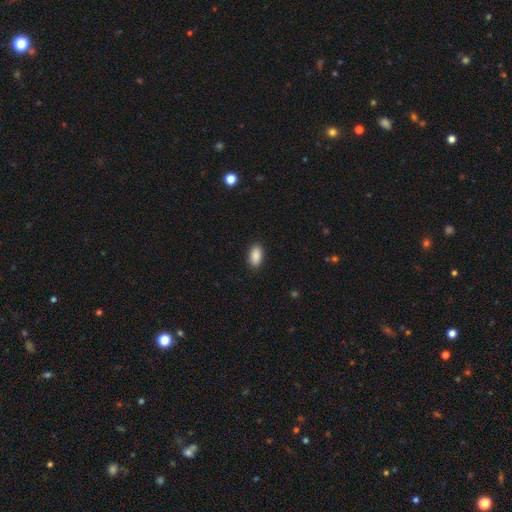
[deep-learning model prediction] Smooth or featured?
  - smooth: 90% *
  - star or artifact: 7%
  - featured or disk: 3%
How rounded?
  - in between: 93% *
  - cigar-shaped: 4%
  - round: 3%
Merging?
  - none: 89% *
  - minor disturbance: 8%
  - major disturbance: 2%
  - merger: 1%